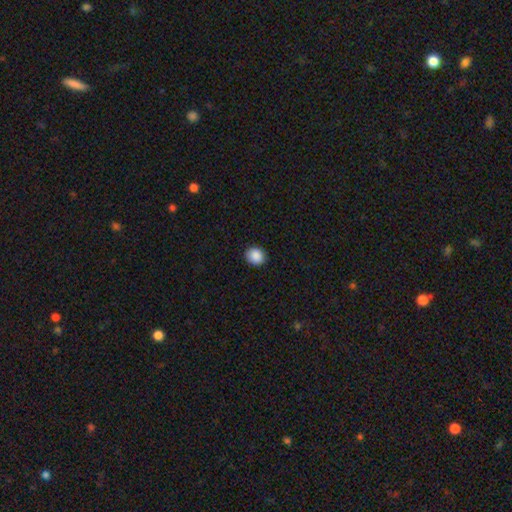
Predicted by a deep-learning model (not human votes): Morphology: type=smooth (89%); roundness=round (72%); merging=none (90%).